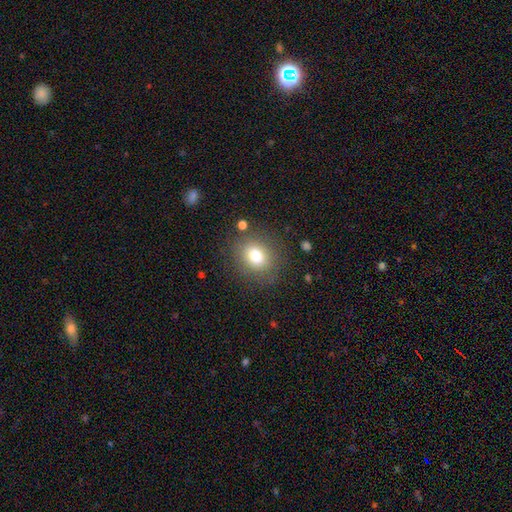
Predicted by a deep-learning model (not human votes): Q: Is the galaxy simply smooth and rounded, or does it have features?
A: smooth — 77%.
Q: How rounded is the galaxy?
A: round — 68%.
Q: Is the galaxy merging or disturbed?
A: none — 82%.